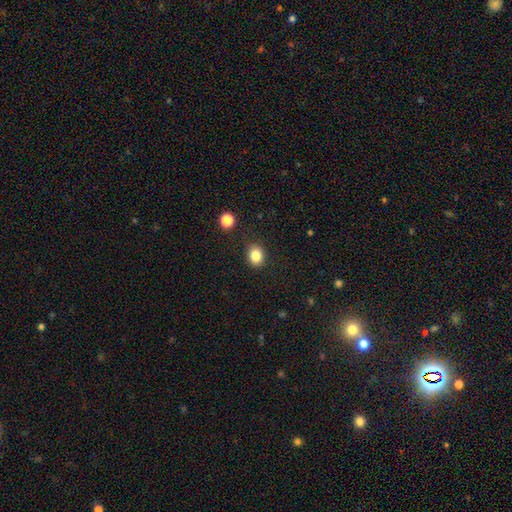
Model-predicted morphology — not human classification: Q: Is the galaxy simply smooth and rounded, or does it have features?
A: smooth — 84%.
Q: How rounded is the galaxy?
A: round — 54%.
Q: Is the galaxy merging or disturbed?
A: none — 86%.